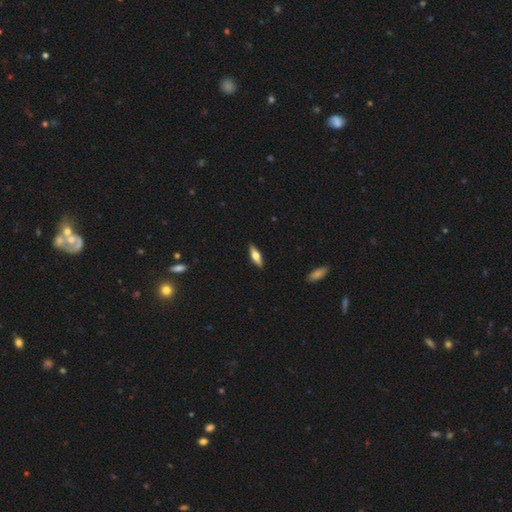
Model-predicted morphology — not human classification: This appears to be a smooth galaxy with no disk features (49%). Merging: none (89%).